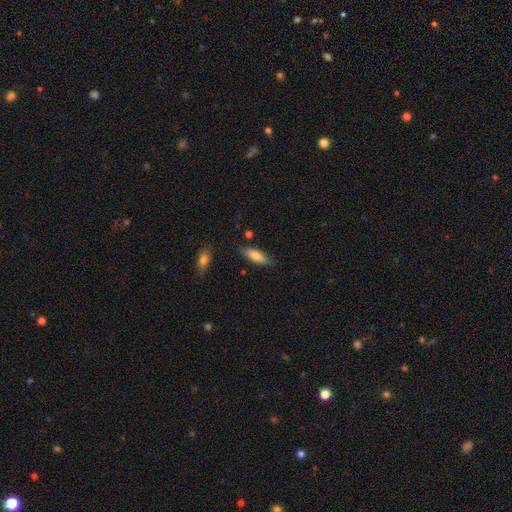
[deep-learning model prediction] Q: Smooth or featured?
A: smooth (79%); runner-up: featured or disk (15%)
Q: How rounded?
A: in between (57%); runner-up: cigar-shaped (41%)
Q: Merging?
A: none (79%); runner-up: minor disturbance (15%)